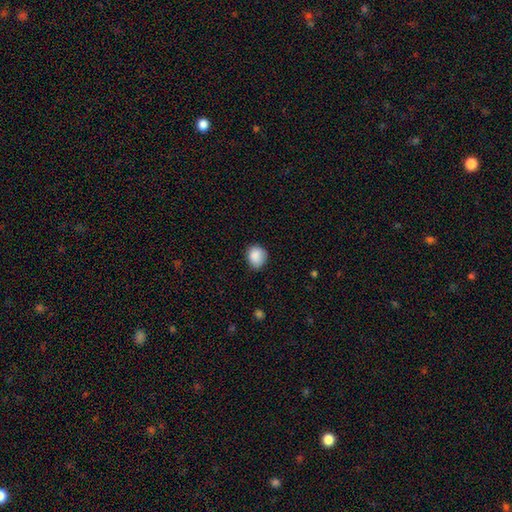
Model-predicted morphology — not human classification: smooth_or_featured: smooth (p=0.87) [alt: star or artifact p=0.09]
how_rounded: round (p=0.69) [alt: in between p=0.30]
merging: none (p=0.73) [alt: minor disturbance p=0.22]